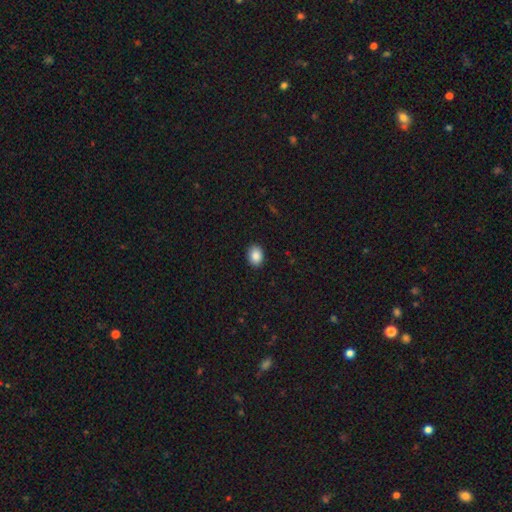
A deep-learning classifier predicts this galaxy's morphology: Smooth or featured?
  - smooth: 88% *
  - star or artifact: 8%
  - featured or disk: 4%
How rounded?
  - in between: 66% *
  - round: 33%
  - cigar-shaped: 1%
Merging?
  - none: 91% *
  - minor disturbance: 7%
  - major disturbance: 2%
  - merger: 1%